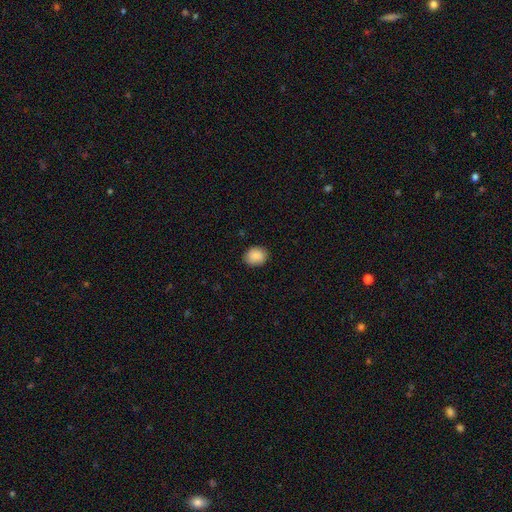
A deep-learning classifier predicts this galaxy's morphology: smooth-or-featured: smooth: 88% | star or artifact: 8% | featured or disk: 5%
  how-rounded: round: 64% | in between: 35% | cigar-shaped: 1%
  merging: none: 86% | minor disturbance: 11% | major disturbance: 2% | merger: 1%